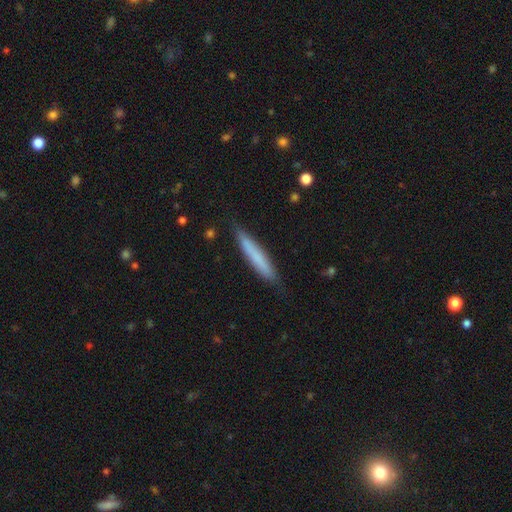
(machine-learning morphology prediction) smooth_or_featured: smooth (p=0.71) [alt: featured or disk p=0.23]
how_rounded: cigar-shaped (p=0.94) [alt: in between p=0.05]
merging: none (p=0.84) [alt: minor disturbance p=0.12]